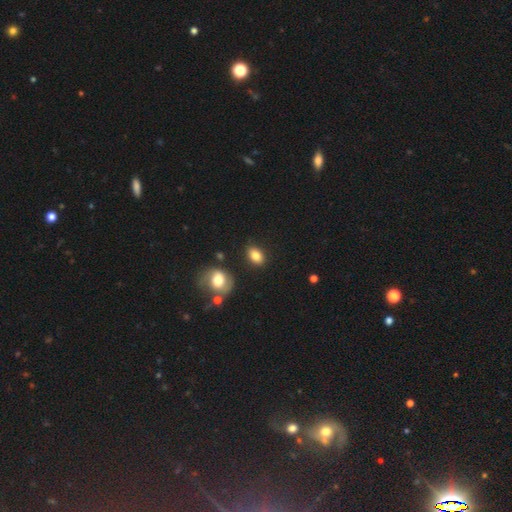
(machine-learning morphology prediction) Smooth or featured?
  - smooth: 82% *
  - featured or disk: 9%
  - star or artifact: 9%
How rounded?
  - in between: 83% *
  - round: 15%
  - cigar-shaped: 2%
Merging?
  - none: 84% *
  - minor disturbance: 10%
  - merger: 3%
  - major disturbance: 3%